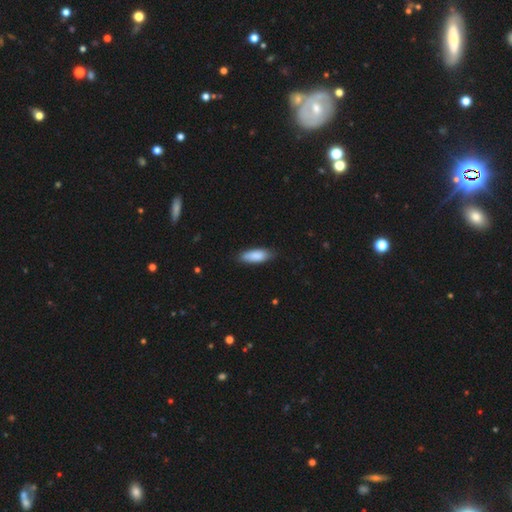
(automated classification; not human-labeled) Smooth or featured?
  - smooth: 87% *
  - featured or disk: 8%
  - star or artifact: 6%
How rounded?
  - in between: 67% *
  - cigar-shaped: 31%
  - round: 2%
Merging?
  - none: 81% *
  - minor disturbance: 16%
  - major disturbance: 2%
  - merger: 1%